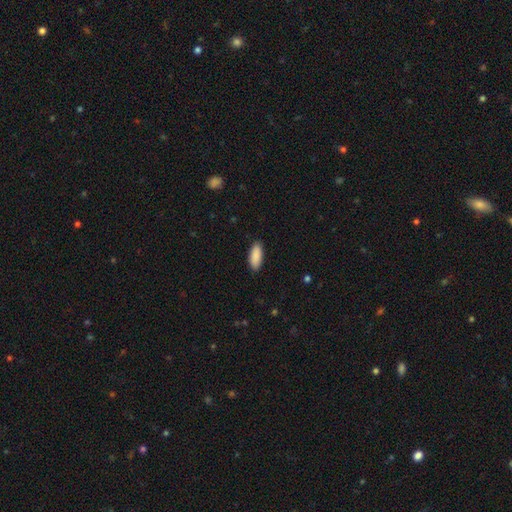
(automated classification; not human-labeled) A smooth galaxy with no disk features (91%) that is in between round and cigar-shaped (82%). Merging: none (89%).